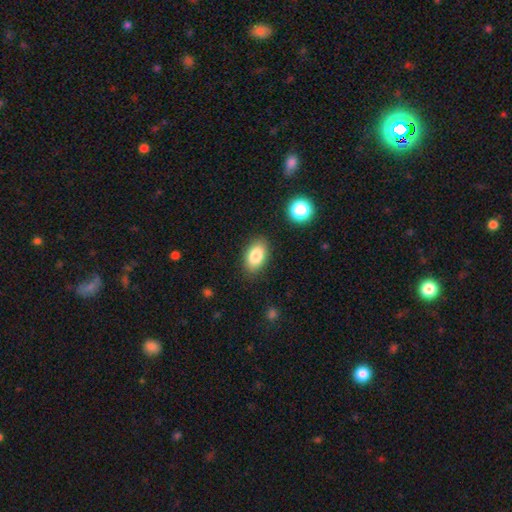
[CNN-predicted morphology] Overall: smooth (83%). How rounded: in between (90%). Merging: none (86%).